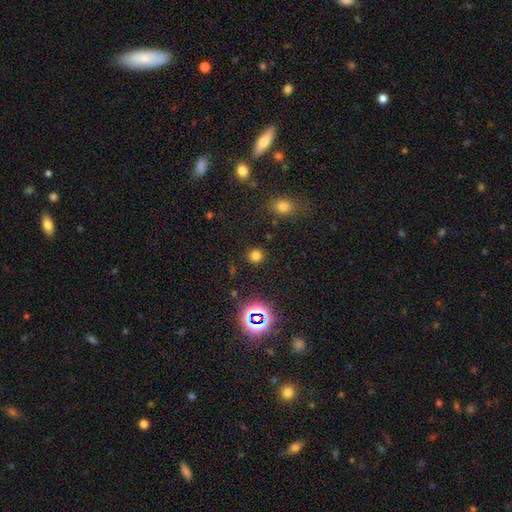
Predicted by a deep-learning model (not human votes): Smooth or featured: smooth — 73% (star or artifact — 21%)
How rounded: round — 91% (in between — 8%)
Merging: none — 89% (minor disturbance — 7%)